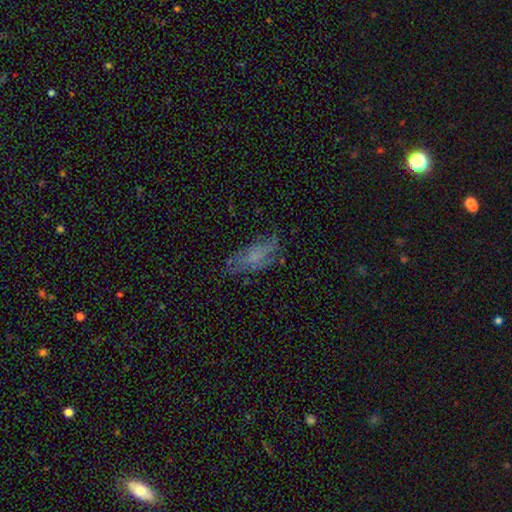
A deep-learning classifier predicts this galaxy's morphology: This appears to be a smooth galaxy with no disk features (52%) that is in between round and cigar-shaped (74%). Merging: none (55%).